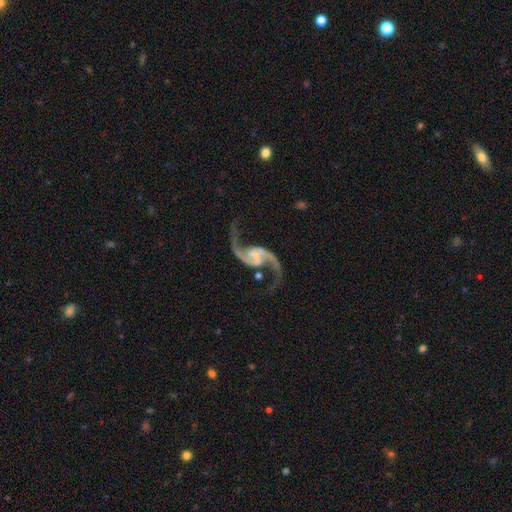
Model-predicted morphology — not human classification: type=featured or disk (94%); edge-on=no (98%); bar=weak (42%); spiral arms=yes (98%); winding=loose (81%); arm count=2 (95%); bulge=small (48%); merging=none (74%).